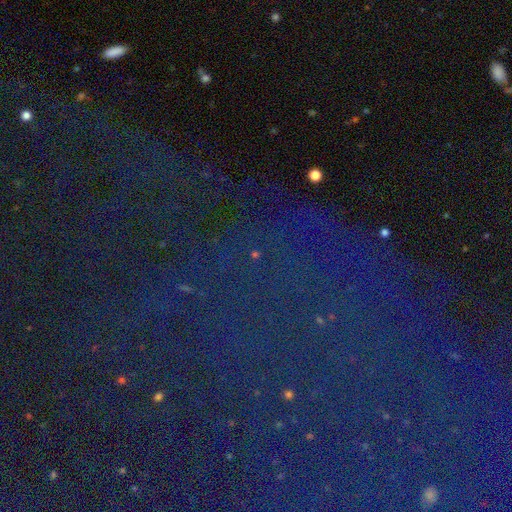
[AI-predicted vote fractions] Morphology: type=star or artifact (84%).